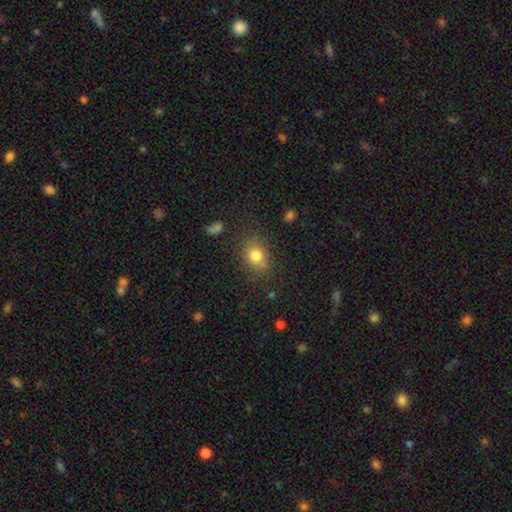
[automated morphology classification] type=smooth (79%); roundness=round (54%); merging=none (77%).